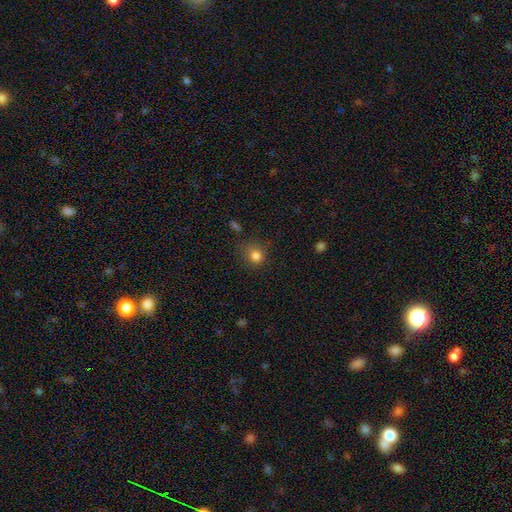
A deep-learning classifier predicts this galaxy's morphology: smooth-or-featured: smooth: 82% | star or artifact: 13% | featured or disk: 6%
  how-rounded: round: 80% | in between: 19% | cigar-shaped: 1%
  merging: none: 71% | minor disturbance: 19% | major disturbance: 7% | merger: 3%